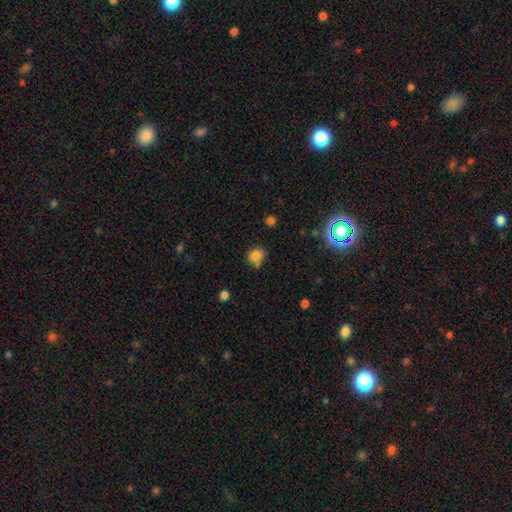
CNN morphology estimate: This is clearly a smooth galaxy (80%). How rounded: possibly round (55%). Merging: likely none (60%).